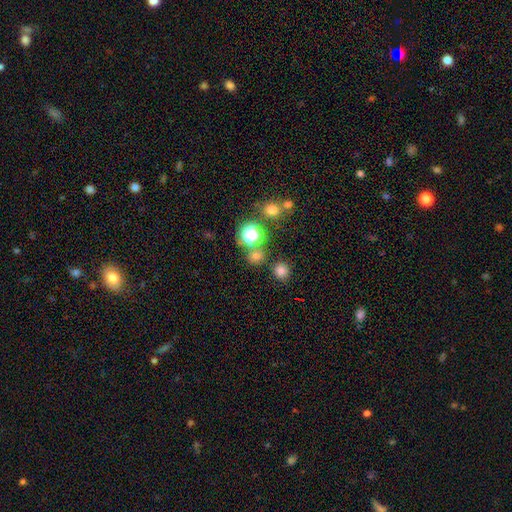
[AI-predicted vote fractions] smooth_or_featured: smooth (p=0.64) [alt: star or artifact p=0.30]
how_rounded: round (p=0.85) [alt: in between p=0.14]
merging: none (p=0.74) [alt: merger p=0.14]